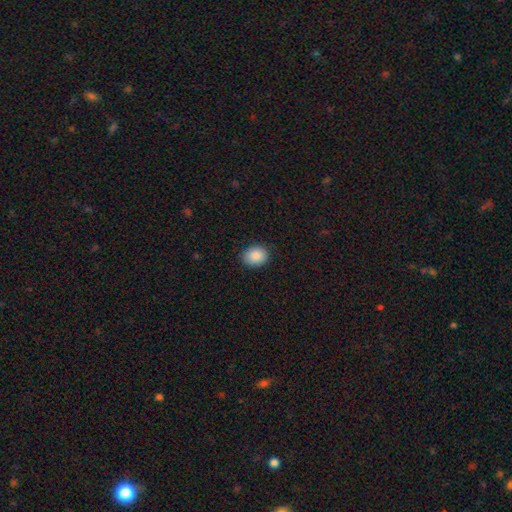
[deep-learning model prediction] Smooth or featured? smooth (88%)
How rounded? in between (50%)
Merging? none (88%)